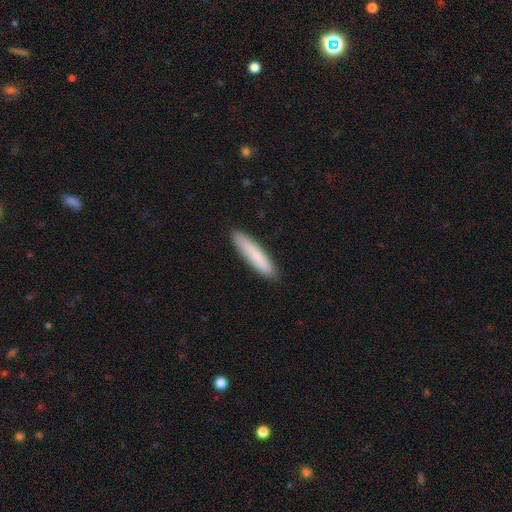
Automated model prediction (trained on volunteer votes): Smooth or featured?
  - smooth: 82% *
  - featured or disk: 12%
  - star or artifact: 6%
How rounded?
  - cigar-shaped: 87% *
  - in between: 12%
  - round: 1%
Merging?
  - none: 89% *
  - minor disturbance: 8%
  - major disturbance: 2%
  - merger: 1%